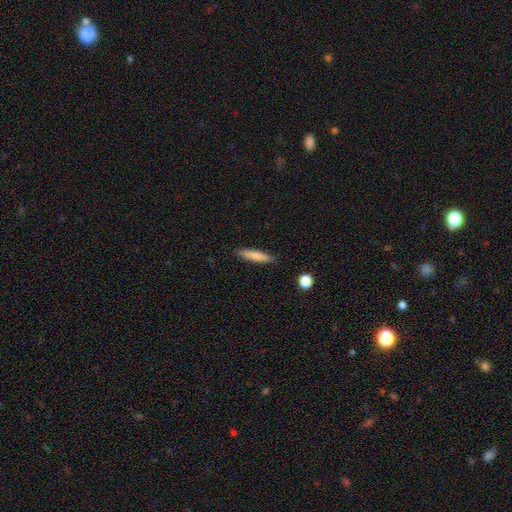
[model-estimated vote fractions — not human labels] A smooth galaxy with no disk features (79%) that is cigar-shaped (83%).

Vote fractions:
- Smooth or featured? smooth: 79% / featured or disk: 15% / star or artifact: 7%
- How rounded? cigar-shaped: 83% / in between: 15% / round: 1%
- Merging? none: 87% / minor disturbance: 10% / major disturbance: 2% / merger: 1%